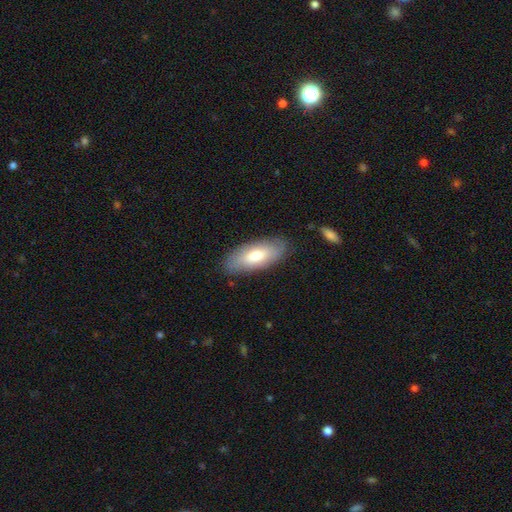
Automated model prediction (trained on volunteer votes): A smooth galaxy with no disk features (73%) that is in between round and cigar-shaped (78%).

Vote fractions:
- Smooth or featured? smooth: 73% / featured or disk: 21% / star or artifact: 6%
- How rounded? in between: 78% / cigar-shaped: 20% / round: 2%
- Merging? none: 83% / minor disturbance: 13% / major disturbance: 3% / merger: 1%